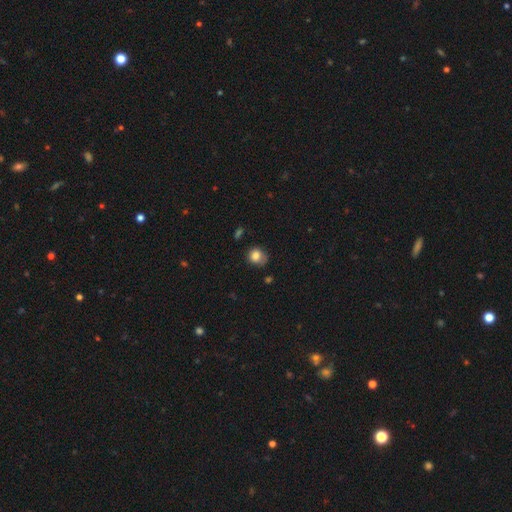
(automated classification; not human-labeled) Overall: smooth (82%). How rounded: round (76%). Merging: none (62%; minor disturbance 27%).